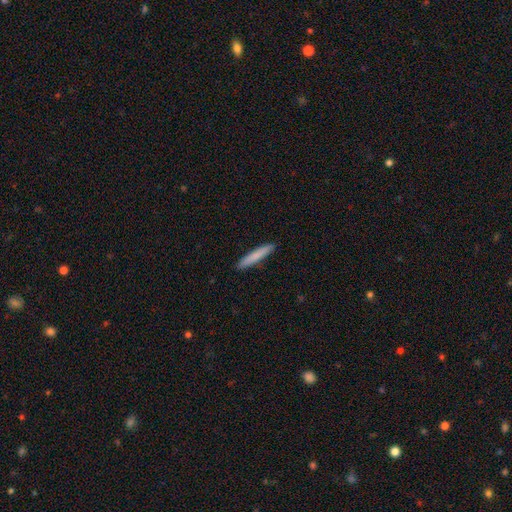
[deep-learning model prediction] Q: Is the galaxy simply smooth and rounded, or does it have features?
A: smooth — 81%.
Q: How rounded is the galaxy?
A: cigar-shaped — 94%.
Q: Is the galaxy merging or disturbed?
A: none — 92%.